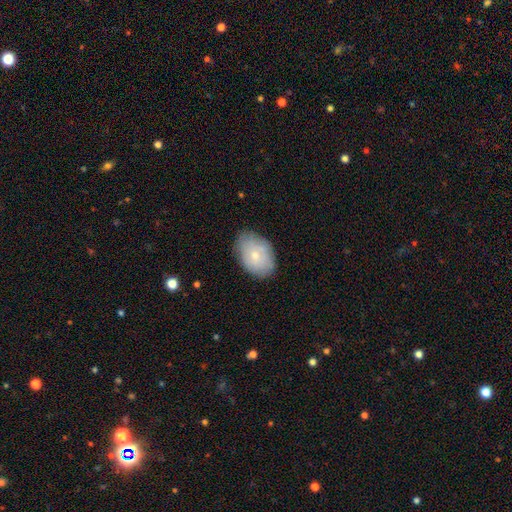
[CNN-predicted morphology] This appears to be a smooth galaxy with no disk features (67%) that is in between round and cigar-shaped (82%). Merging: none (74%).